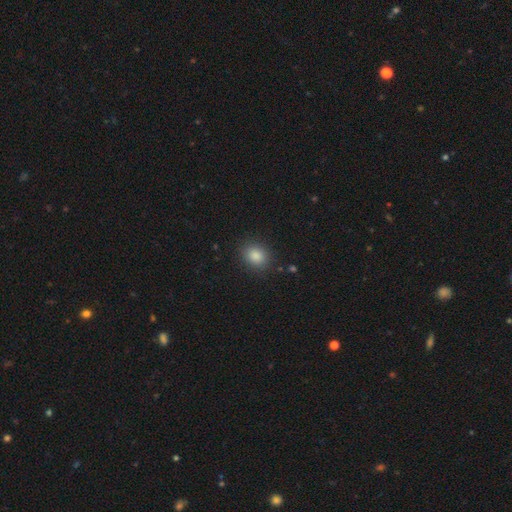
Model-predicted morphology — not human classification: smooth-or-featured: smooth: 86% | star or artifact: 10% | featured or disk: 5%
  how-rounded: round: 56% | in between: 43% | cigar-shaped: 1%
  merging: none: 87% | minor disturbance: 9% | major disturbance: 3% | merger: 1%